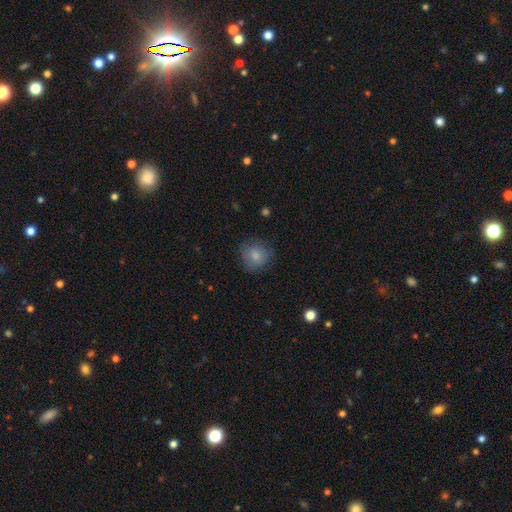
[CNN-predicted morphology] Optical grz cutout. It shows a smooth galaxy with no disk features (83%) that is round (88%). Merging: none (79%).